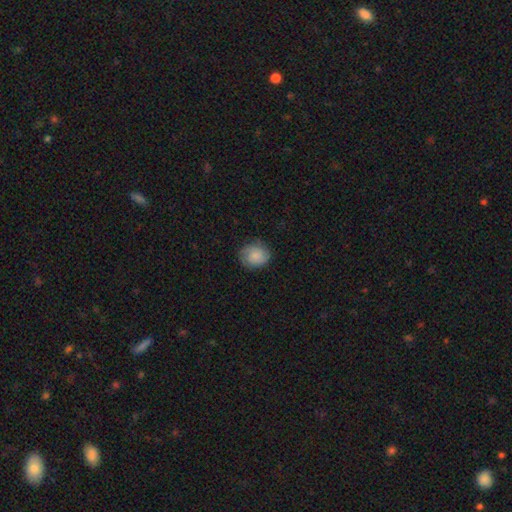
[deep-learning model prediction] This appears to be a smooth galaxy with no disk features (71%) that is round (67%). Merging: none (75%).